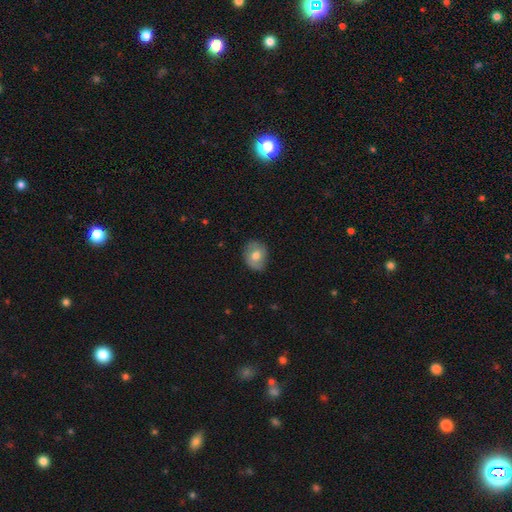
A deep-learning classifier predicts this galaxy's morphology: A smooth galaxy with no disk features (63%) that is in between round and cigar-shaped (50%).

Vote fractions:
- Smooth or featured? smooth: 63% / featured or disk: 29% / star or artifact: 7%
- How rounded? in between: 50% / round: 49% / cigar-shaped: 1%
- Merging? none: 74% / minor disturbance: 20% / major disturbance: 4% / merger: 1%